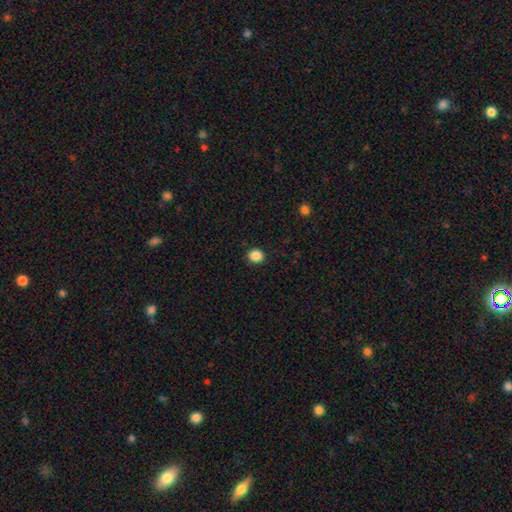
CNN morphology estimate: This appears to be a smooth galaxy with no disk features (87%) that is round (81%). Merging: none (92%).